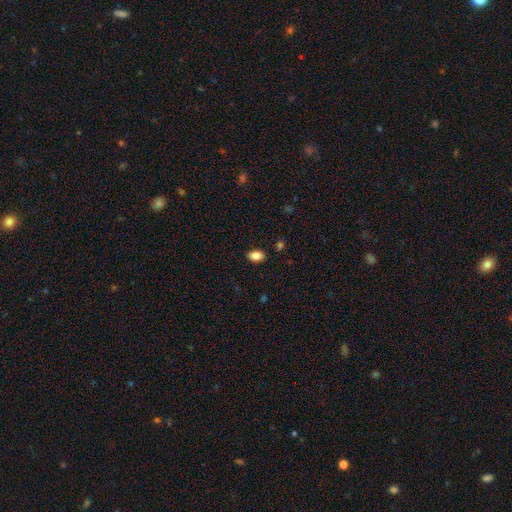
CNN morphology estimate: A smooth galaxy with no disk features (86%) that is in between round and cigar-shaped (86%).

Vote fractions:
- Smooth or featured? smooth: 86% / star or artifact: 9% / featured or disk: 5%
- How rounded? in between: 86% / round: 12% / cigar-shaped: 1%
- Merging? none: 87% / minor disturbance: 9% / major disturbance: 2% / merger: 2%